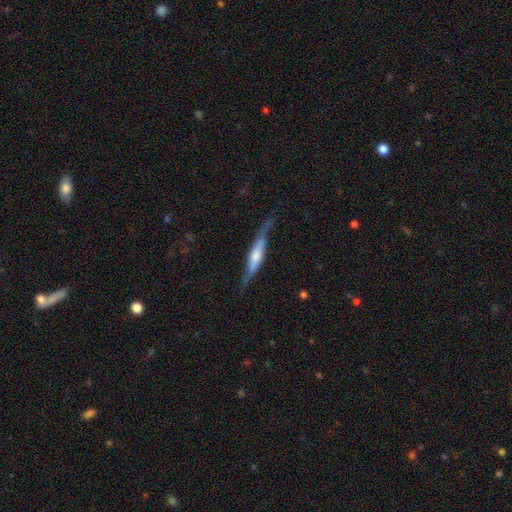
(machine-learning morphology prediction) smooth-or-featured: featured or disk: 70% | smooth: 24% | star or artifact: 6%
  disk-edge-on: yes: 88% | no: 12%
    edge-on-bulge: rounded: 59% | boxy: 28% | none: 13%
  merging: none: 72% | minor disturbance: 20% | major disturbance: 7% | merger: 2%